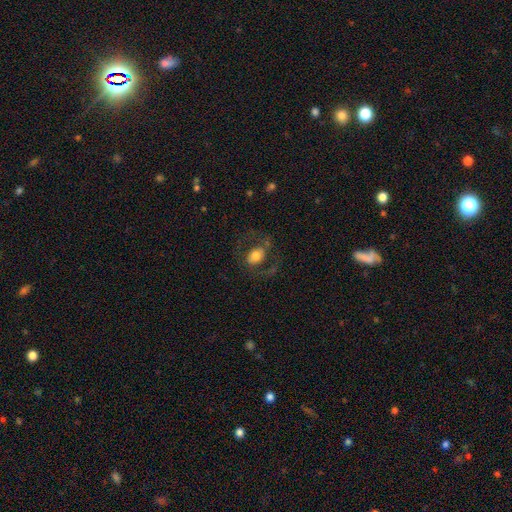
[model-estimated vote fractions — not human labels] smooth_or_featured: smooth (p=0.56) [alt: featured or disk p=0.36]
how_rounded: in between (p=0.66) [alt: round p=0.32]
merging: none (p=0.62) [alt: major disturbance p=0.20]